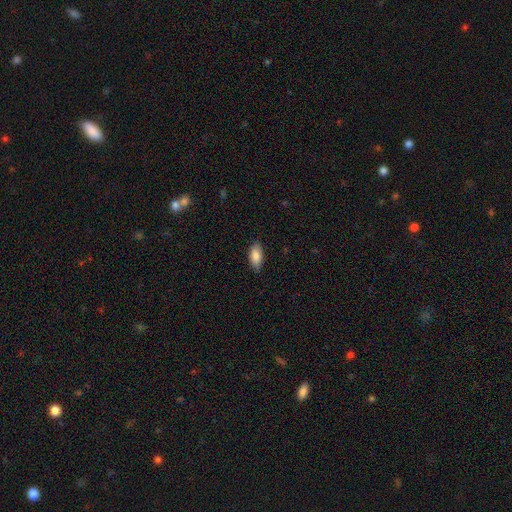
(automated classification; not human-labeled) Smooth or featured: smooth — 85% (featured or disk — 9%)
How rounded: in between — 89% (cigar-shaped — 9%)
Merging: none — 83% (minor disturbance — 13%)